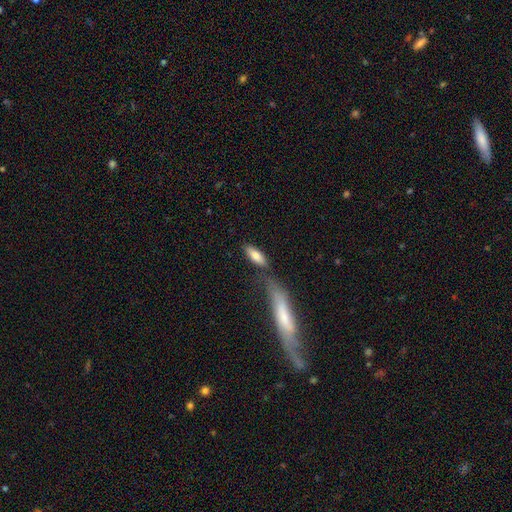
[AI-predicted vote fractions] Q: Smooth or featured?
A: smooth (80%); runner-up: featured or disk (14%)
Q: How rounded?
A: in between (69%); runner-up: cigar-shaped (28%)
Q: Merging?
A: none (62%); runner-up: merger (18%)